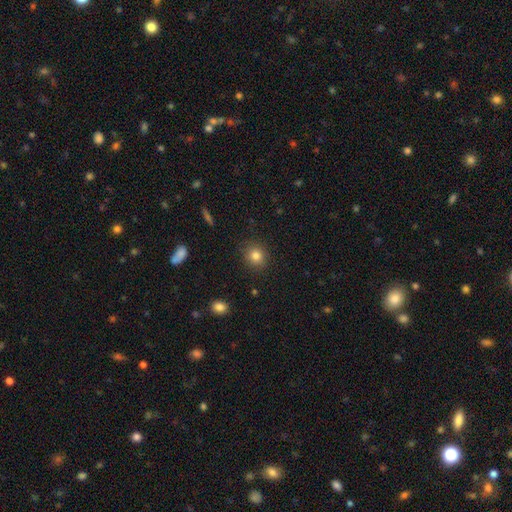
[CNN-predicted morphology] Smooth or featured?
  - smooth: 82% *
  - star or artifact: 12%
  - featured or disk: 6%
How rounded?
  - round: 84% *
  - in between: 15%
  - cigar-shaped: 1%
Merging?
  - none: 88% *
  - minor disturbance: 8%
  - major disturbance: 3%
  - merger: 1%